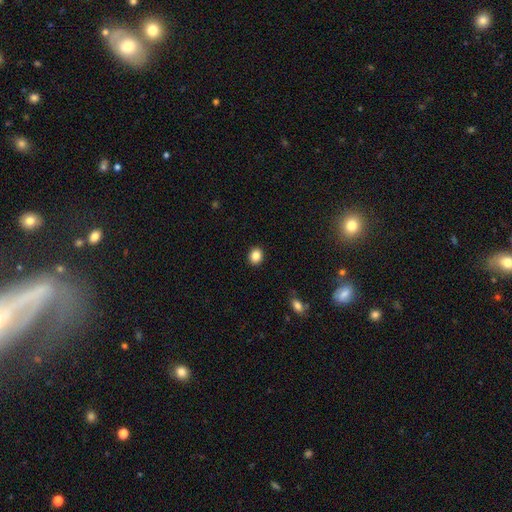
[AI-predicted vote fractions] Morphology: type=smooth (86%); roundness=round (61%); merging=none (91%).